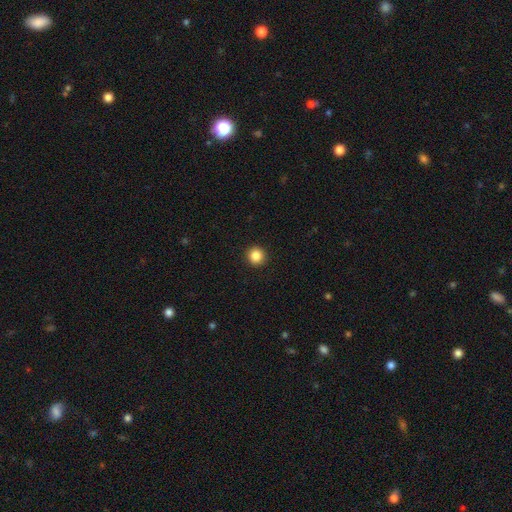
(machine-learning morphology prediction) smooth_or_featured: smooth (p=0.86) [alt: star or artifact p=0.10]
how_rounded: round (p=0.94) [alt: in between p=0.05]
merging: none (p=0.93) [alt: minor disturbance p=0.04]